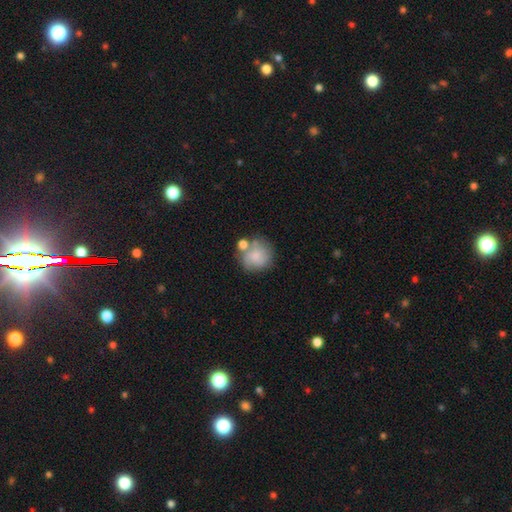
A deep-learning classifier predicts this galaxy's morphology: Smooth or featured? smooth (69%)
How rounded? round (86%)
Merging? none (52%)